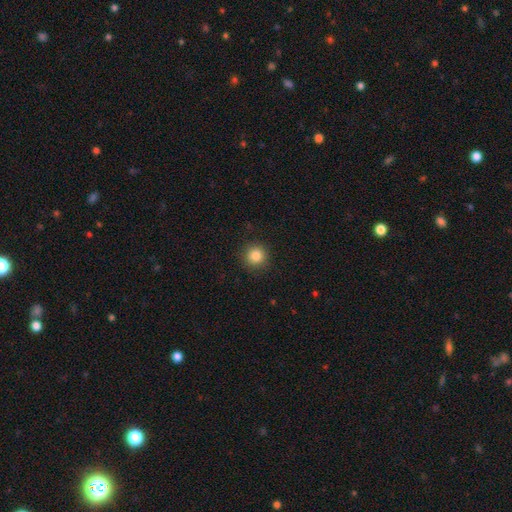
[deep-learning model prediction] Smooth or featured? Predicted: smooth (p=0.85). How rounded? Predicted: round (p=0.94). Merging? Predicted: none (p=0.90).